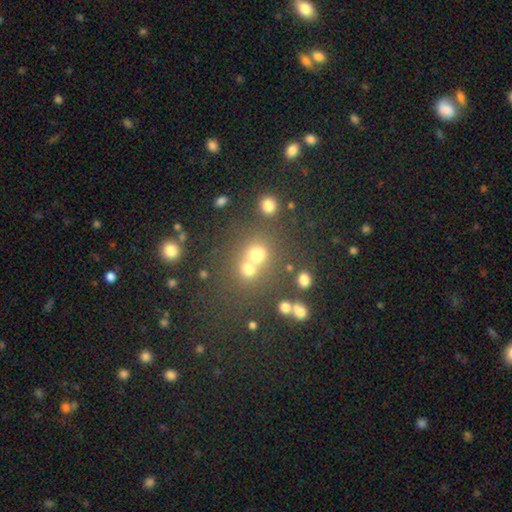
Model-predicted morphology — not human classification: Smooth or featured?
  - smooth: 53% *
  - star or artifact: 33%
  - featured or disk: 15%
How rounded?
  - round: 80% *
  - in between: 18%
  - cigar-shaped: 1%
Merging?
  - none: 49% *
  - merger: 39%
  - minor disturbance: 7%
  - major disturbance: 4%